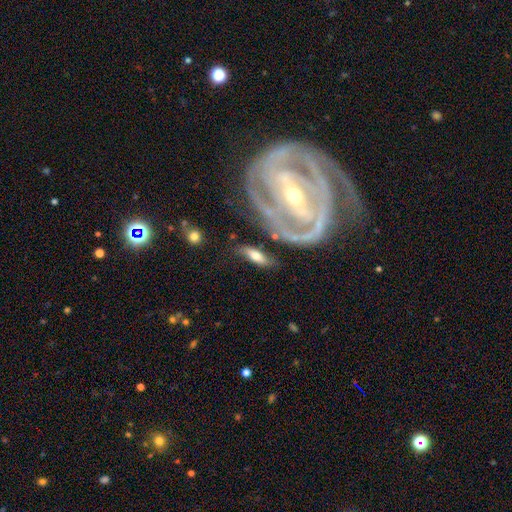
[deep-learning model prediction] This appears to be a smooth galaxy with no disk features (53%) that is in between round and cigar-shaped (63%). Merging: none (66%).